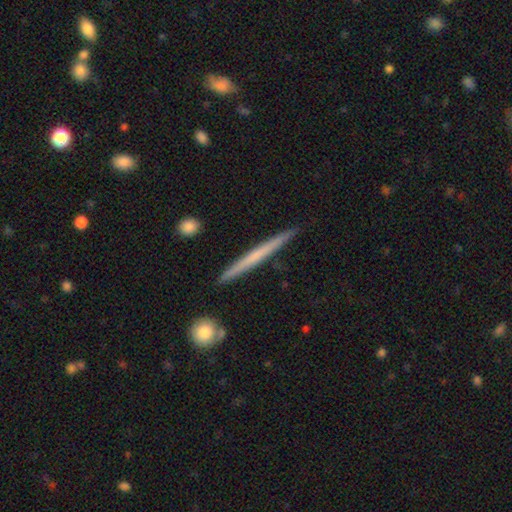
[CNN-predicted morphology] type=featured or disk (50%); edge-on=yes (97%); merging=none (91%).